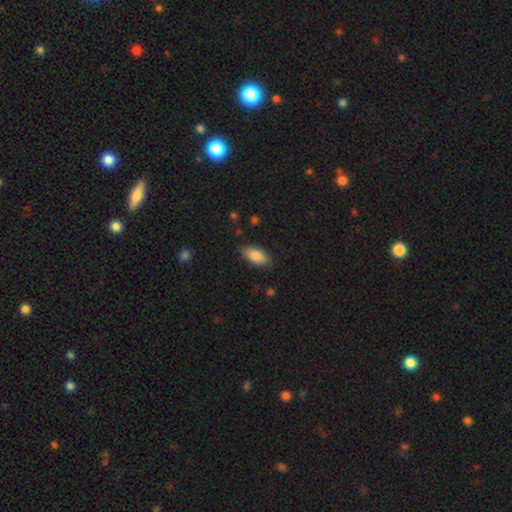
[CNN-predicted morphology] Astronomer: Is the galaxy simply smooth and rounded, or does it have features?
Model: smooth — 85%.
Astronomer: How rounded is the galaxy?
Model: in between — 91%.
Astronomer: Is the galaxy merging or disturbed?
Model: none — 84%.